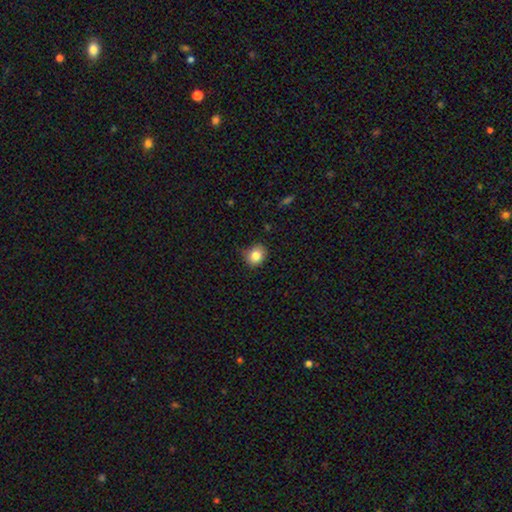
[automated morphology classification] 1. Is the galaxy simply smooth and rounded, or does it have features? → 83% smooth, 11% star or artifact, 7% featured or disk.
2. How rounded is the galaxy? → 68% round, 31% in between, 1% cigar-shaped.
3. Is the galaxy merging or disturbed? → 71% none, 23% minor disturbance, 4% major disturbance, 2% merger.